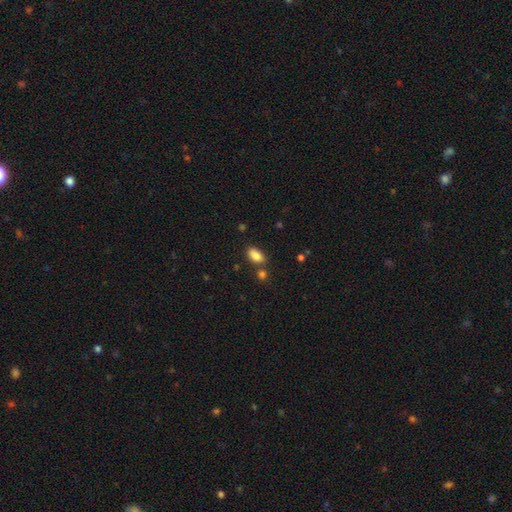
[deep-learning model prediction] This is clearly a smooth galaxy (86%). How rounded: clearly in between (90%). Merging: likely none (72%).